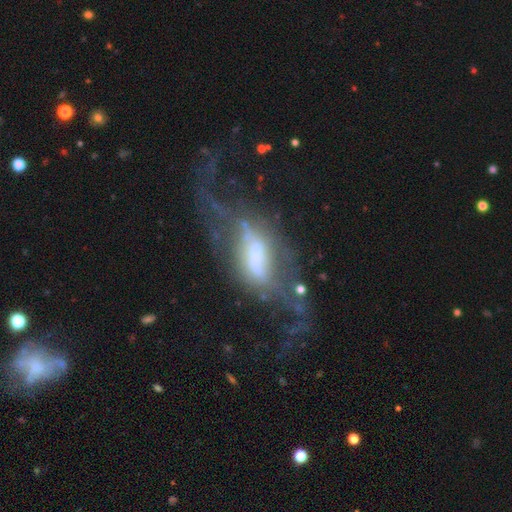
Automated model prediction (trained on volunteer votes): The model was most divided on "bulge size": small: 40%, moderate: 30%, large: 13%, none: 12%, dominant: 5%. Remaining: edge-on disk — no (82%); smooth or featured — featured or disk (73%); spiral arms — yes (67%); bar — strong (46%); merging — major disturbance (45%).